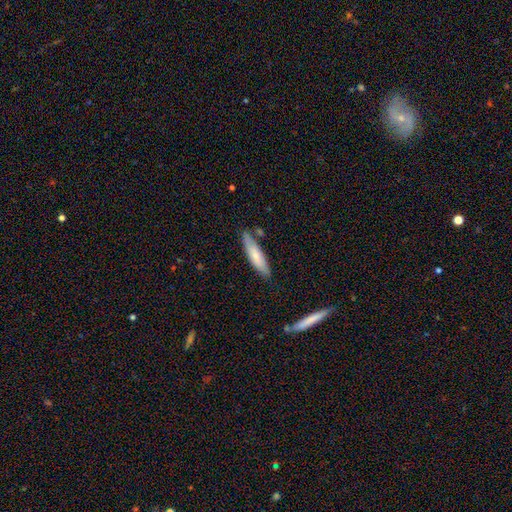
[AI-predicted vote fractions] Smooth or featured? Predicted: smooth (p=0.68). How rounded? Predicted: cigar-shaped (p=0.71). Merging? Predicted: none (p=0.75).